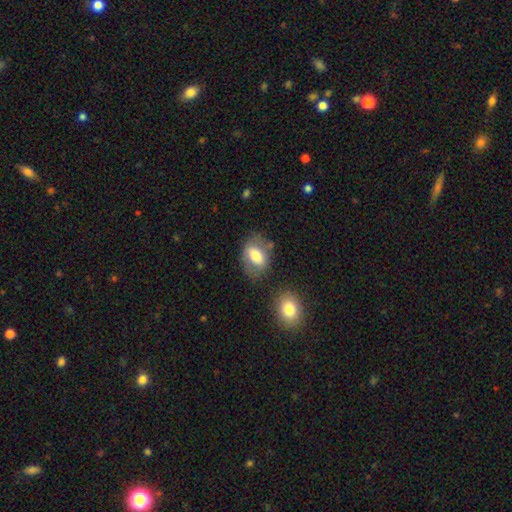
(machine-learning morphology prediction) Smooth or featured: smooth — 71% (featured or disk — 22%)
How rounded: in between — 80% (round — 18%)
Merging: none — 63% (minor disturbance — 21%)